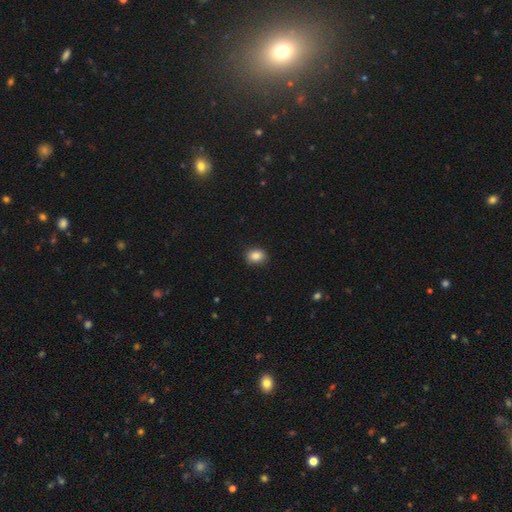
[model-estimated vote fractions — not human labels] A smooth galaxy with no disk features (87%) that is in between round and cigar-shaped (56%). Merging: none (87%).